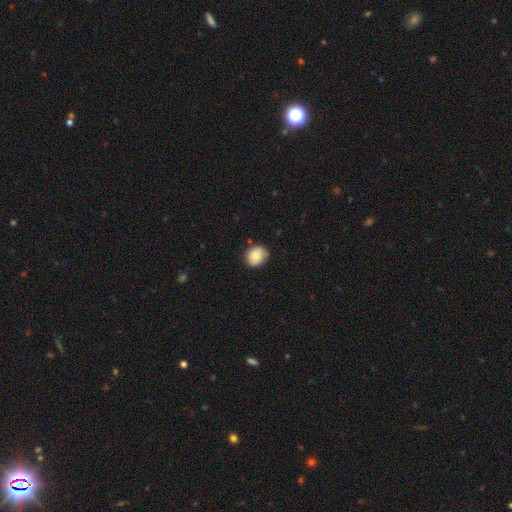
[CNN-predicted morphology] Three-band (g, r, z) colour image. It shows a smooth galaxy with no disk features (83%) that is round (67%). Merging: none (72%).